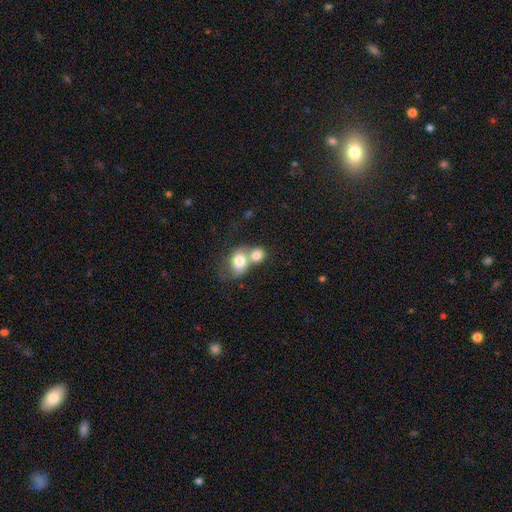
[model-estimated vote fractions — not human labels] smooth_or_featured: smooth (p=0.77) [alt: featured or disk p=0.14]
how_rounded: round (p=0.53) [alt: in between p=0.45]
merging: merger (p=0.68) [alt: none p=0.21]